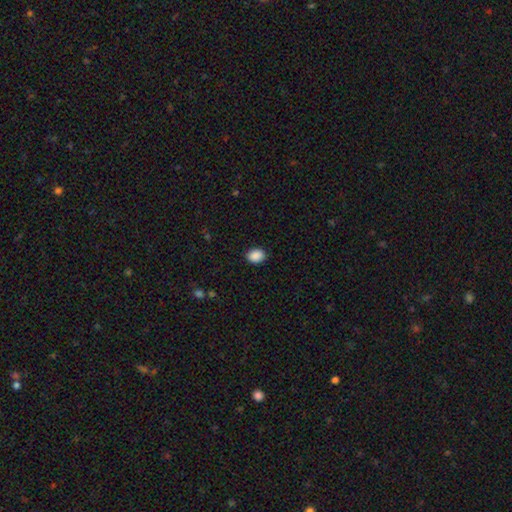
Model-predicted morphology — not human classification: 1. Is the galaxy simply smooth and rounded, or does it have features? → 90% smooth, 8% star or artifact, 2% featured or disk.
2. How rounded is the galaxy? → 65% in between, 35% round, 1% cigar-shaped.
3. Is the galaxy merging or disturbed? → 88% none, 9% minor disturbance, 2% major disturbance, 1% merger.